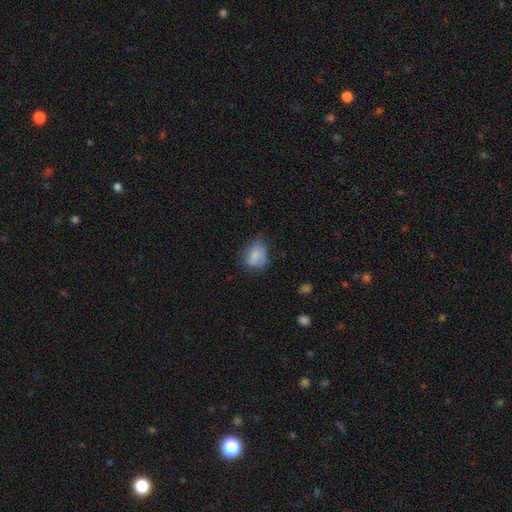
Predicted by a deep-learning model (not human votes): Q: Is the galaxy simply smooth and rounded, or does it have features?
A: smooth — 75%.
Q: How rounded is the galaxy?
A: in between — 65%.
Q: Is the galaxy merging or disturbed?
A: none — 50%.